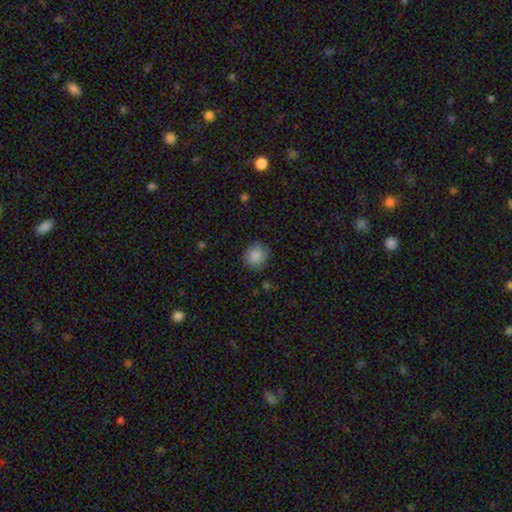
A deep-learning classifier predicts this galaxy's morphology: The model was most divided on "merging": none: 83%, minor disturbance: 13%, major disturbance: 3%, merger: 1%. More confident: how rounded — round (87%); smooth or featured — smooth (87%).